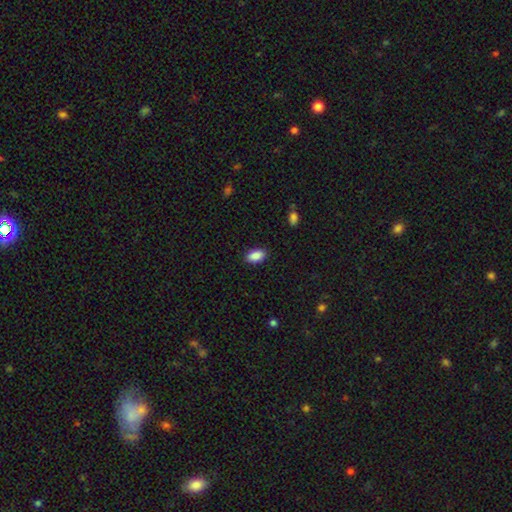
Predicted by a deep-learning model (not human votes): The model was most divided on "merging": none: 88%, minor disturbance: 9%, major disturbance: 2%, merger: 1%. More confident: how rounded — in between (92%); smooth or featured — smooth (89%).